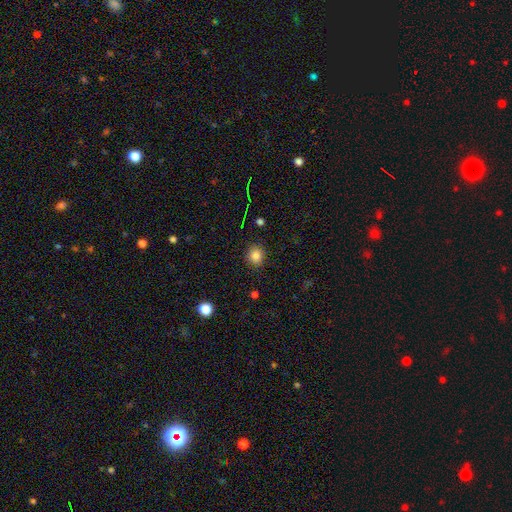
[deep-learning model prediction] Overall: smooth (83%). How rounded: round (83%). Merging: none (89%).